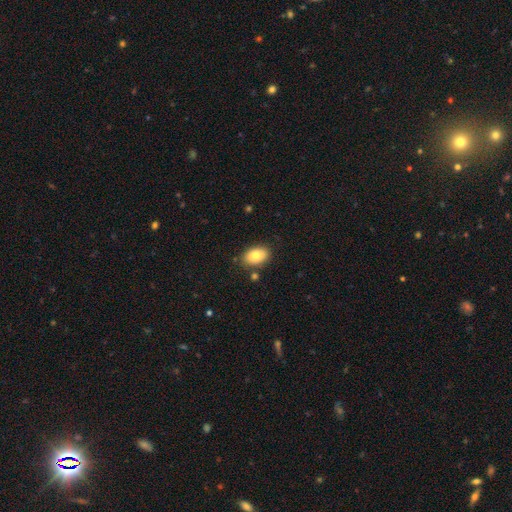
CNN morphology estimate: A smooth galaxy with no disk features (81%) that is in between round and cigar-shaped (87%).

Vote fractions:
- Smooth or featured? smooth: 81% / featured or disk: 11% / star or artifact: 8%
- How rounded? in between: 87% / round: 12% / cigar-shaped: 1%
- Merging? none: 83% / minor disturbance: 11% / merger: 4% / major disturbance: 3%